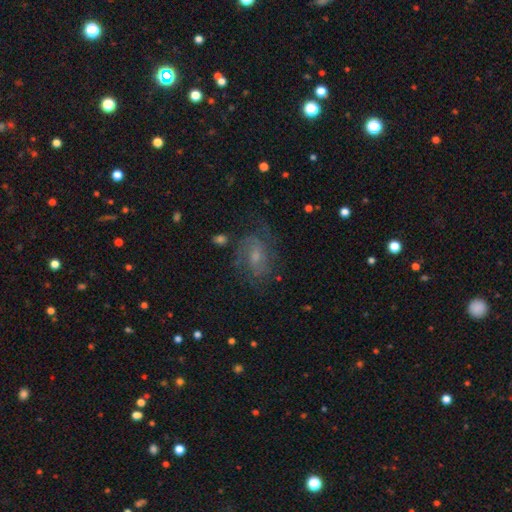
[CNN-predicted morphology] Q: Smooth or featured?
A: featured or disk (71%); runner-up: smooth (17%)
Q: Edge-on disk?
A: no (97%); runner-up: yes (3%)
Q: Bar?
A: no (46%); runner-up: weak (45%)
Q: Spiral arms?
A: yes (91%); runner-up: no (9%)
Q: Spiral winding?
A: medium (47%); runner-up: tight (35%)
Q: Spiral arm count?
A: 2 (49%); runner-up: can't tell (26%)
Q: Bulge size?
A: small (48%); runner-up: moderate (39%)
Q: Merging?
A: none (67%); runner-up: minor disturbance (18%)